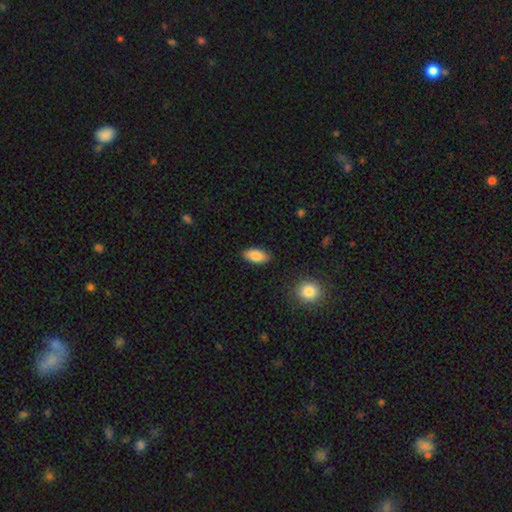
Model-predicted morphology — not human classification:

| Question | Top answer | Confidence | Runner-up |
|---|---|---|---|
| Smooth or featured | smooth | 86% | featured or disk (8%) |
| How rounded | in between | 91% | cigar-shaped (6%) |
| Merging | none | 86% | minor disturbance (11%) |